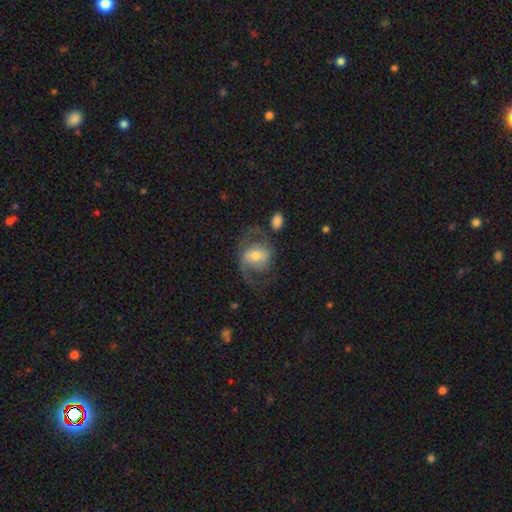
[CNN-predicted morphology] Smooth or featured? featured or disk (70%)
Edge-on disk? no (96%)
Bar? weak (40%)
Spiral arms? yes (86%)
Spiral winding? medium (47%)
Spiral arm count? 2 (84%)
Bulge size? moderate (54%)
Merging? none (58%)